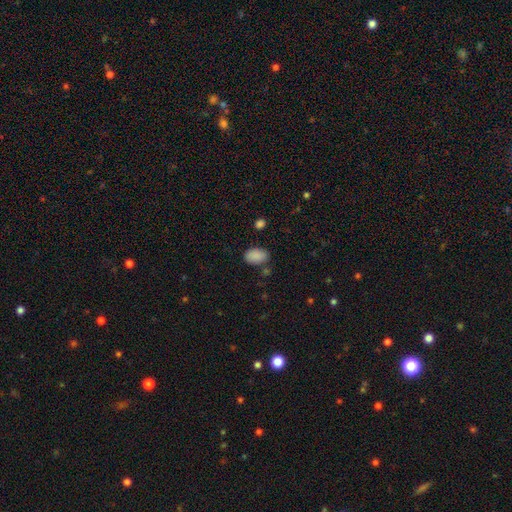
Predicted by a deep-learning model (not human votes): Smooth or featured? smooth (88%)
How rounded? in between (90%)
Merging? none (78%)